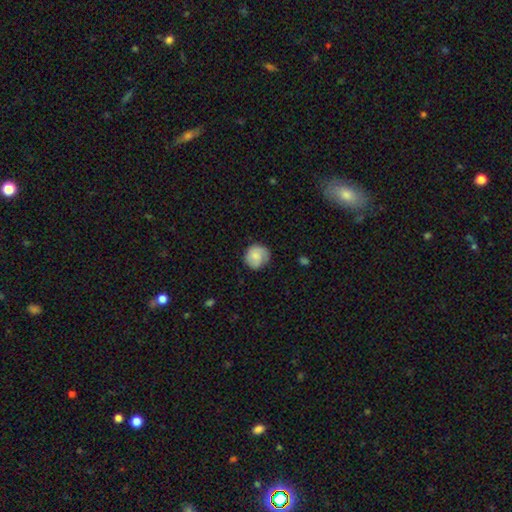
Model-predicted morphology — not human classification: Smooth or featured: smooth — 75% (featured or disk — 18%)
How rounded: round — 87% (in between — 12%)
Merging: none — 73% (minor disturbance — 21%)